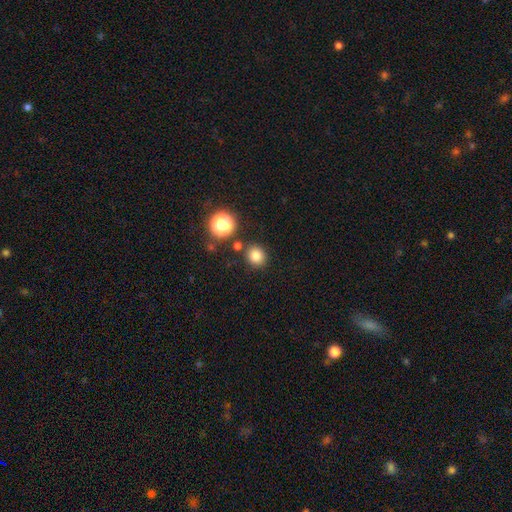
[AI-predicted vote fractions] Smooth or featured? smooth (80%)
How rounded? round (83%)
Merging? none (84%)